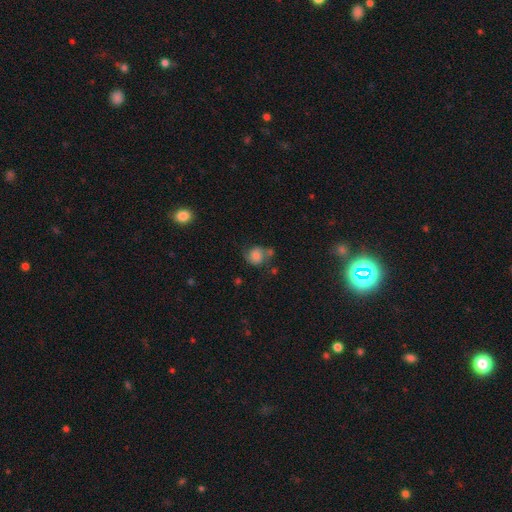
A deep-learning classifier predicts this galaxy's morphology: This is possibly a smooth galaxy (57%). How rounded: likely round (73%). Merging: possibly none (49%).